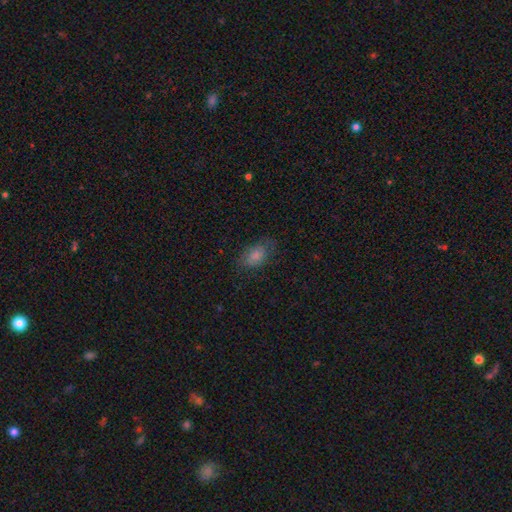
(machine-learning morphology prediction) A smooth galaxy with no disk features (78%) that is in between round and cigar-shaped (89%). Merging: none (68%).